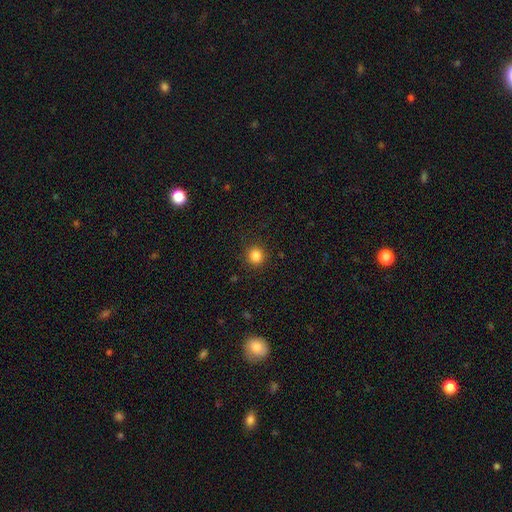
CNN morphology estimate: Q: Smooth or featured?
A: smooth (85%); runner-up: star or artifact (12%)
Q: How rounded?
A: round (93%); runner-up: in between (6%)
Q: Merging?
A: none (91%); runner-up: minor disturbance (6%)